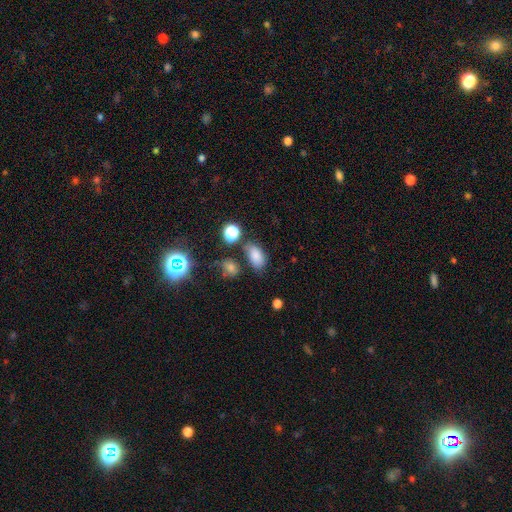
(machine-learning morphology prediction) type=smooth (76%); roundness=in between (89%); merging=none (68%).